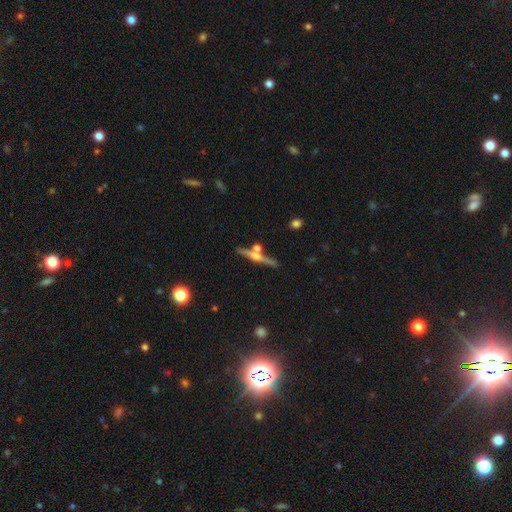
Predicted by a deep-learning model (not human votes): smooth_or_featured: featured or disk (p=0.71) [alt: smooth p=0.22]
disk_edge_on: yes (p=0.97) [alt: no p=0.03]
edge_on_bulge: rounded (p=0.89) [alt: none p=0.06]
merging: none (p=0.74) [alt: merger p=0.14]